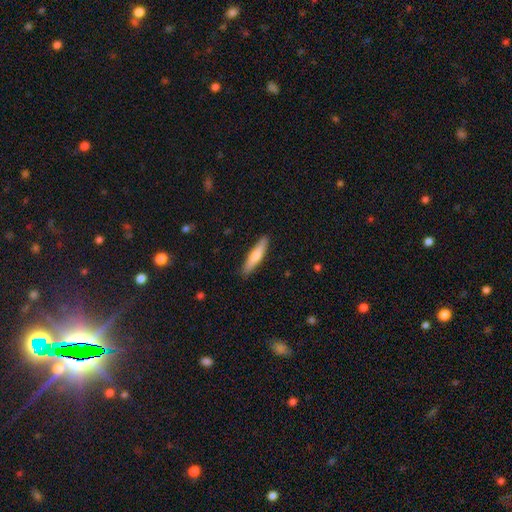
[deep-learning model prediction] smooth_or_featured: smooth (p=0.62) [alt: featured or disk p=0.32]
how_rounded: cigar-shaped (p=0.86) [alt: in between p=0.13]
merging: none (p=0.89) [alt: minor disturbance p=0.08]